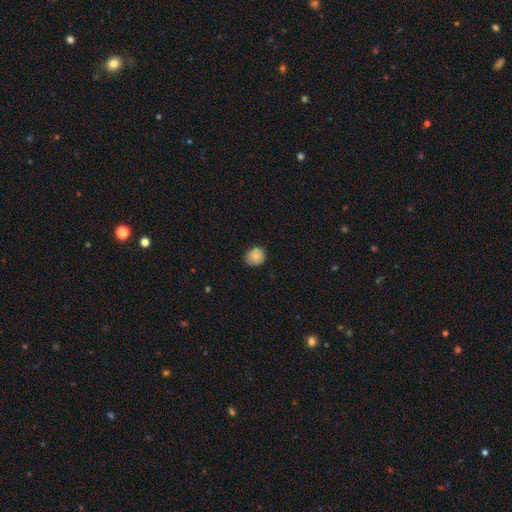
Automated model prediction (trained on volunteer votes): Q: Smooth or featured?
A: smooth (80%); runner-up: featured or disk (12%)
Q: How rounded?
A: round (78%); runner-up: in between (21%)
Q: Merging?
A: none (78%); runner-up: minor disturbance (18%)